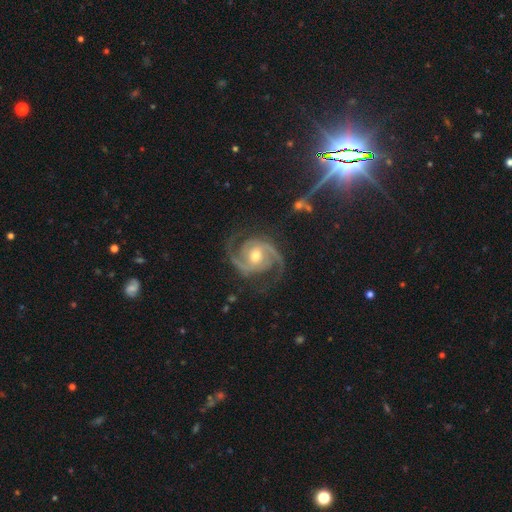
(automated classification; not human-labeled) The model was most divided on "spiral winding": medium: 56%, tight: 32%, loose: 12%. More confident: spiral arms — yes (99%); edge-on disk — no (98%); smooth or featured — featured or disk (92%); spiral arm count — 2 (83%); merging — none (77%); bulge size — moderate (71%); bar — no (59%).